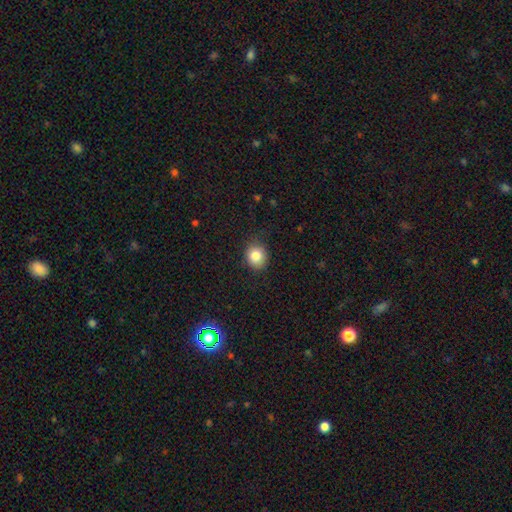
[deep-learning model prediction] Morphology: type=smooth (83%); roundness=round (75%); merging=none (85%).